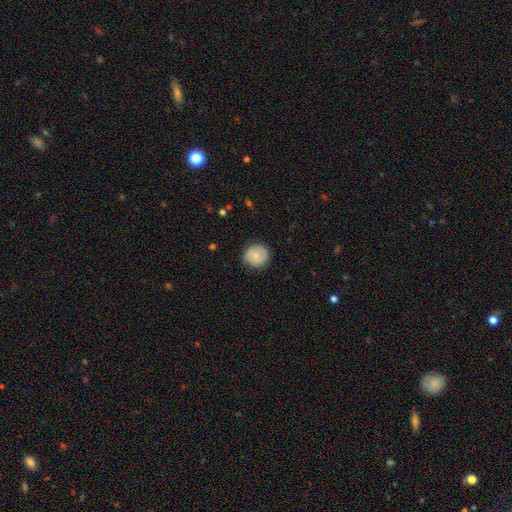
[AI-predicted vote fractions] A smooth galaxy with no disk features (66%) that is round (89%).

Vote fractions:
- Smooth or featured? smooth: 66% / featured or disk: 27% / star or artifact: 7%
- How rounded? round: 89% / in between: 10% / cigar-shaped: 1%
- Merging? none: 83% / minor disturbance: 13% / major disturbance: 3% / merger: 1%